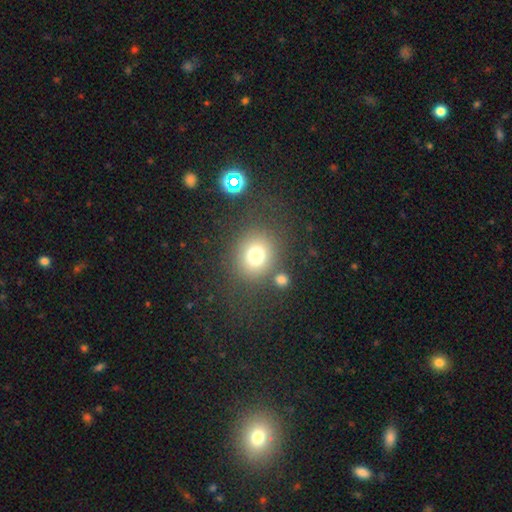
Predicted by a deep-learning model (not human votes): This is likely a smooth galaxy (74%). How rounded: clearly round (80%). Merging: likely none (76%).